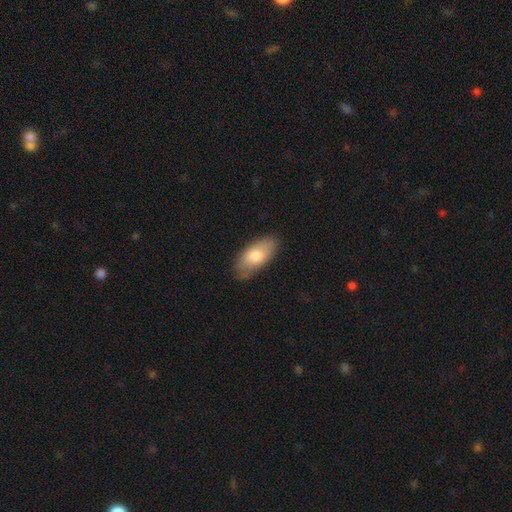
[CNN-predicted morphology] type=smooth (75%); roundness=in between (90%); merging=none (80%).